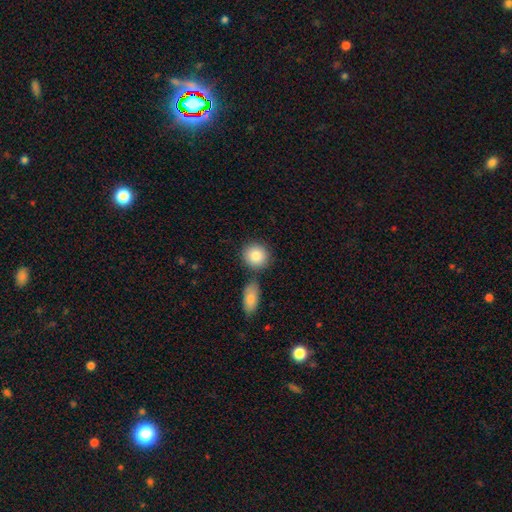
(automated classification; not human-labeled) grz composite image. It shows a smooth galaxy with no disk features (86%) that is round (84%). Merging: none (73%).